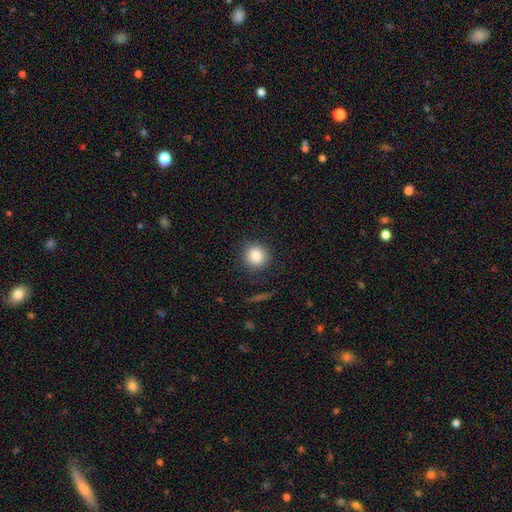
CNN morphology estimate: This is clearly a smooth galaxy (85%). How rounded: clearly round (89%). Merging: clearly none (88%).